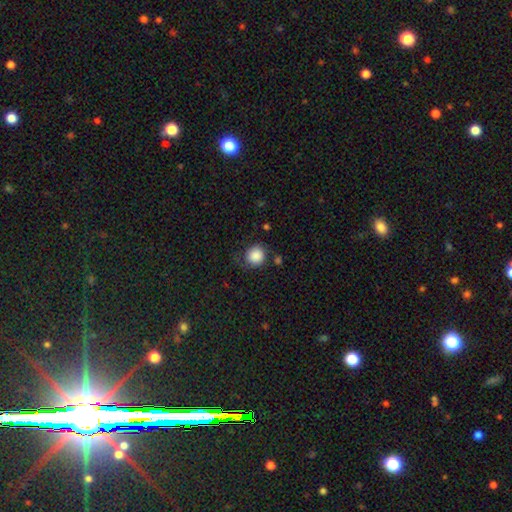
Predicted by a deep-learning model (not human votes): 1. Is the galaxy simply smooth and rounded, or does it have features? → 86% smooth, 8% star or artifact, 6% featured or disk.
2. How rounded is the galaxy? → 86% round, 13% in between, 1% cigar-shaped.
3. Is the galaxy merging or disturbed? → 69% none, 20% minor disturbance, 8% major disturbance, 3% merger.